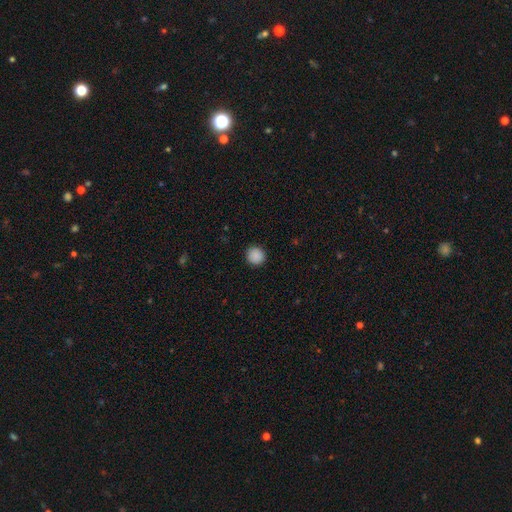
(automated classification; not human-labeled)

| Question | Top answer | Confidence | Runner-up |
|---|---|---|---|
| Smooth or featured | smooth | 89% | star or artifact (9%) |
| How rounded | round | 91% | in between (8%) |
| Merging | none | 92% | minor disturbance (6%) |